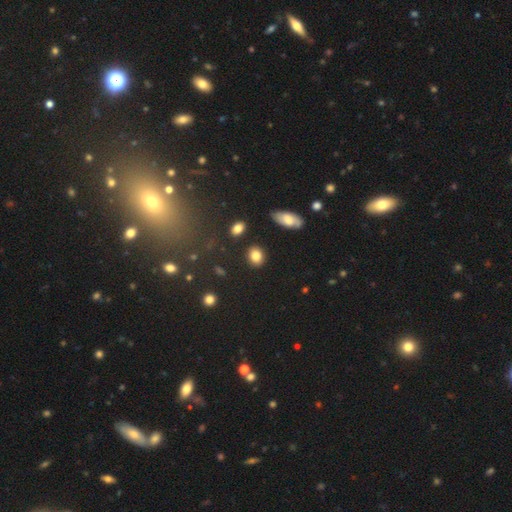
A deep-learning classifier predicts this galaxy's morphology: A smooth galaxy with no disk features (84%) that is in between round and cigar-shaped (51%). Merging: none (85%).